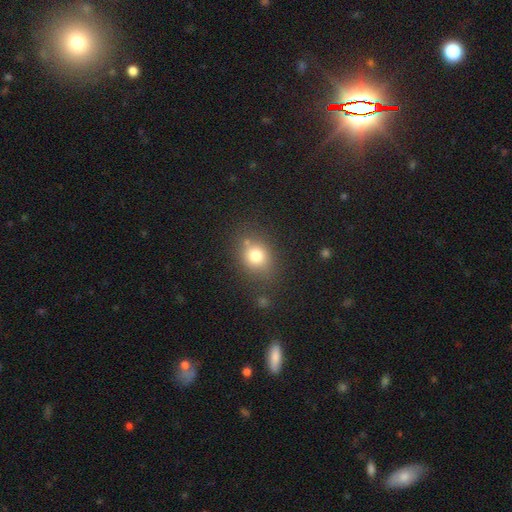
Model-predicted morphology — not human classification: smooth_or_featured: smooth (p=0.77) [alt: star or artifact p=0.13]
how_rounded: round (p=0.57) [alt: in between p=0.42]
merging: none (p=0.71) [alt: minor disturbance p=0.16]